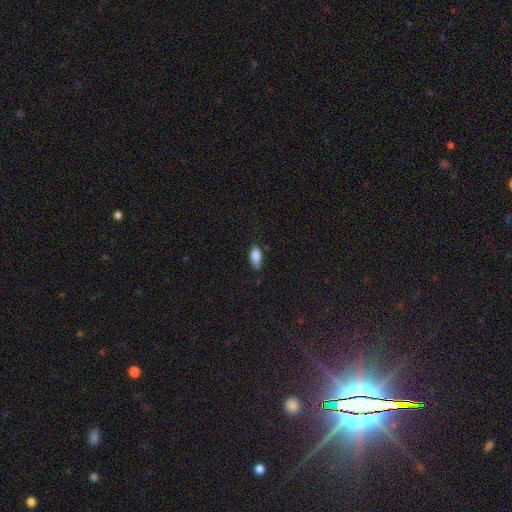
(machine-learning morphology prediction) A smooth galaxy with no disk features (85%) that is in between round and cigar-shaped (89%).

Vote fractions:
- Smooth or featured? smooth: 85% / star or artifact: 8% / featured or disk: 7%
- How rounded? in between: 89% / cigar-shaped: 7% / round: 3%
- Merging? none: 63% / minor disturbance: 29% / major disturbance: 7% / merger: 2%